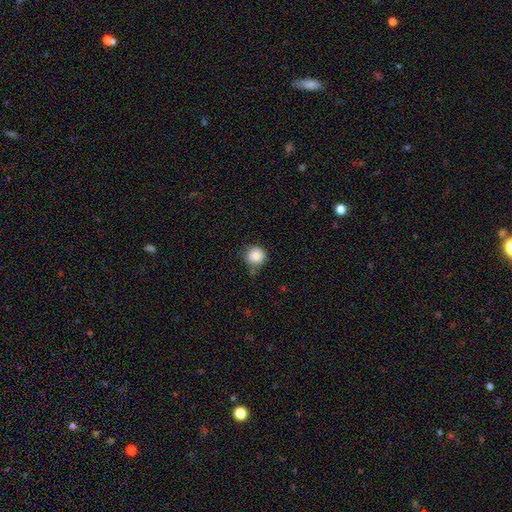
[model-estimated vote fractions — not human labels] This is clearly a smooth galaxy (87%). How rounded: clearly round (93%). Merging: likely none (67%).